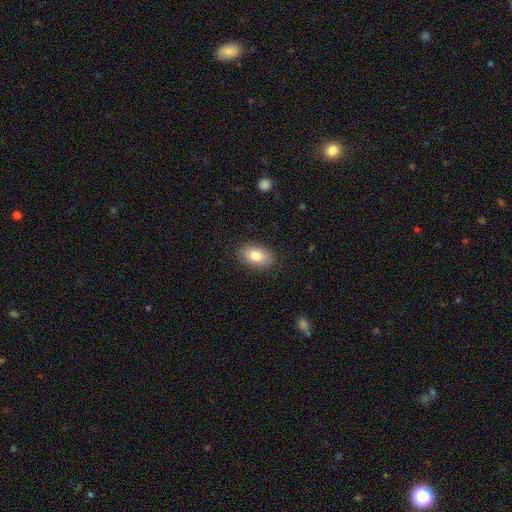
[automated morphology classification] Smooth or featured? Predicted: smooth (p=0.82). How rounded? Predicted: in between (p=0.91). Merging? Predicted: none (p=0.87).